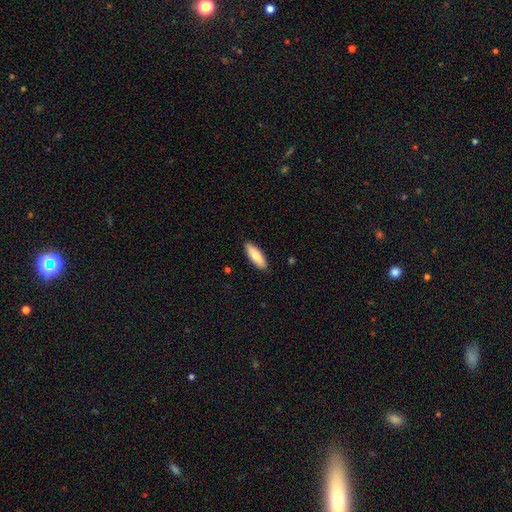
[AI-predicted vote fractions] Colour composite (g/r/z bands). It shows a smooth galaxy with no disk features (81%) that is in between round and cigar-shaped (59%). Merging: none (89%).